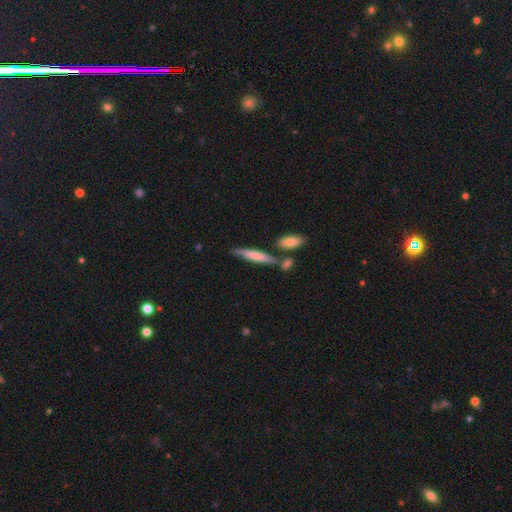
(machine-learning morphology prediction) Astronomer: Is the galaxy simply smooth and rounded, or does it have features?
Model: smooth — 63%.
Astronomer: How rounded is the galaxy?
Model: cigar-shaped — 83%.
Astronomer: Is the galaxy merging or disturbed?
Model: none — 66%.